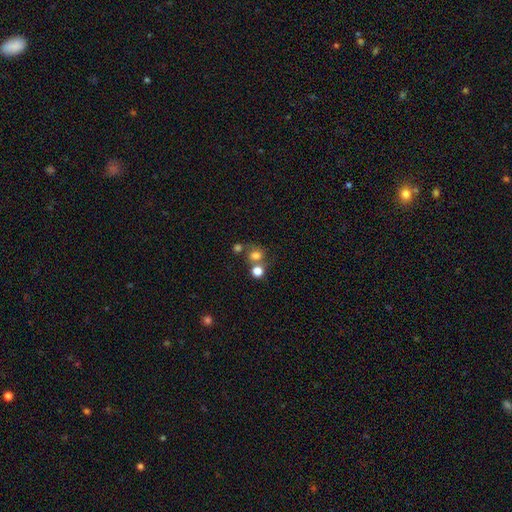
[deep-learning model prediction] Q: Smooth or featured?
A: smooth (70%); runner-up: star or artifact (16%)
Q: How rounded?
A: round (71%); runner-up: in between (28%)
Q: Merging?
A: none (45%); runner-up: merger (36%)